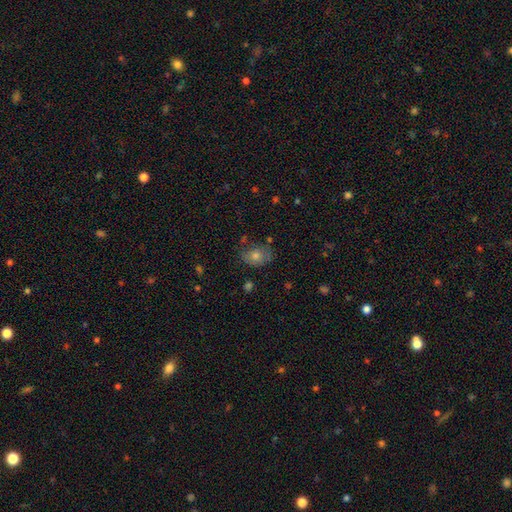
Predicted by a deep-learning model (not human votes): A smooth galaxy with no disk features (61%) that is in between round and cigar-shaped (61%). Merging: none (70%).